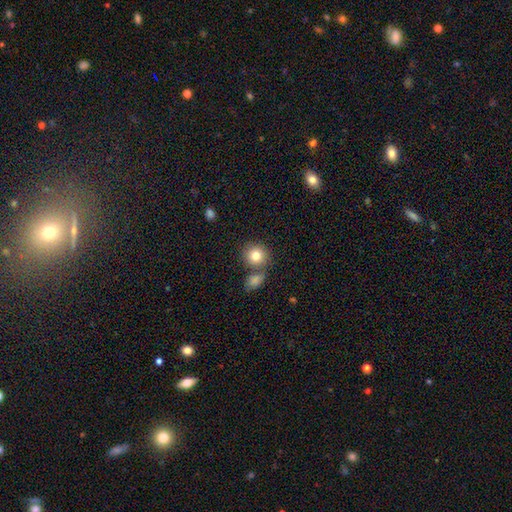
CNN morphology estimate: A smooth galaxy with no disk features (81%) that is round (85%).

Vote fractions:
- Smooth or featured? smooth: 81% / featured or disk: 10% / star or artifact: 9%
- How rounded? round: 85% / in between: 14% / cigar-shaped: 1%
- Merging? none: 66% / merger: 20% / minor disturbance: 10% / major disturbance: 3%